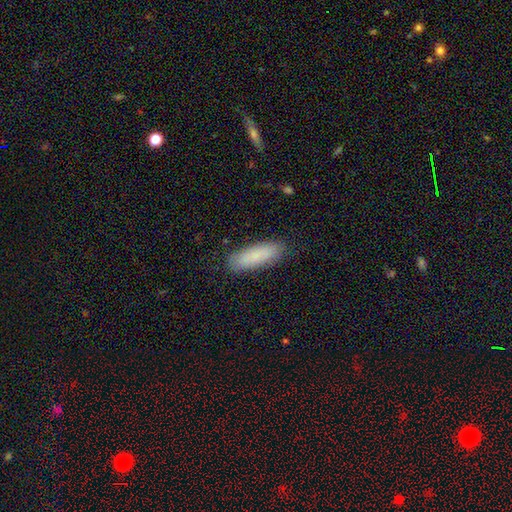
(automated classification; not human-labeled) Overall: smooth (83%). How rounded: in between (53%; cigar-shaped 45%). Merging: none (86%).